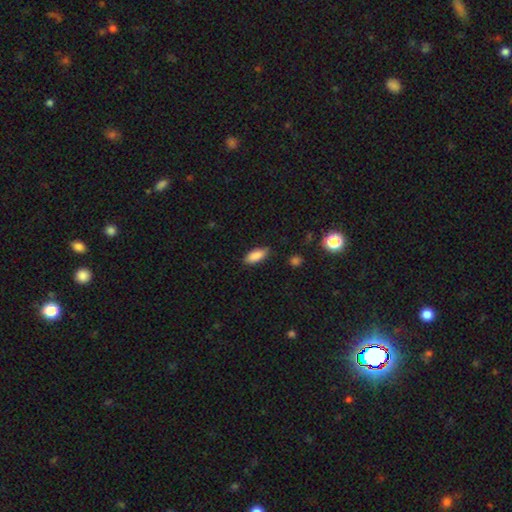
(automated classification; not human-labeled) Smooth or featured? smooth (87%)
How rounded? in between (82%)
Merging? none (83%)